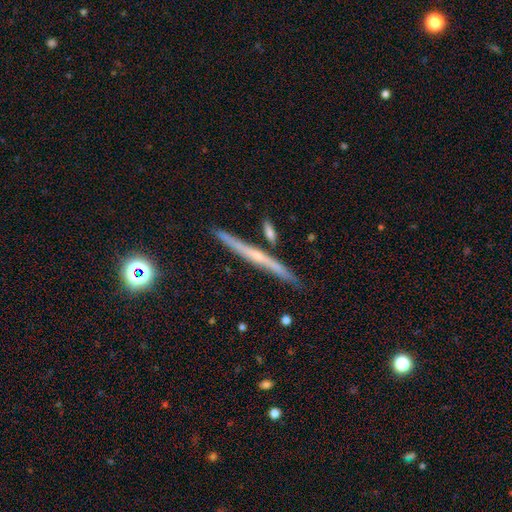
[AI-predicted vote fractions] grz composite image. It shows a featured or disk galaxy (65%) viewed edge-on (97%) with no central bulge (51%). Merging: none (85%).